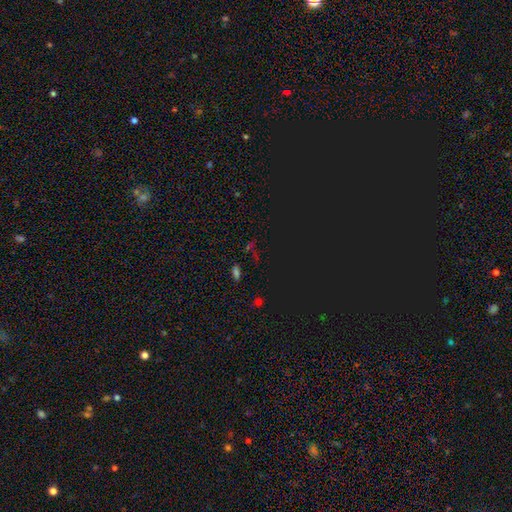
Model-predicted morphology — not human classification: star or artifact 65%, smooth 27%, featured or disk 8%.